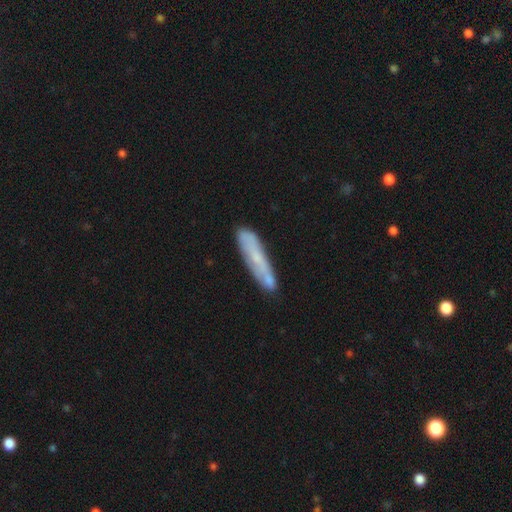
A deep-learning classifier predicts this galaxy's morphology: Q: Smooth or featured?
A: smooth (51%); runner-up: featured or disk (41%)
Q: How rounded?
A: cigar-shaped (84%); runner-up: in between (15%)
Q: Merging?
A: none (70%); runner-up: minor disturbance (18%)